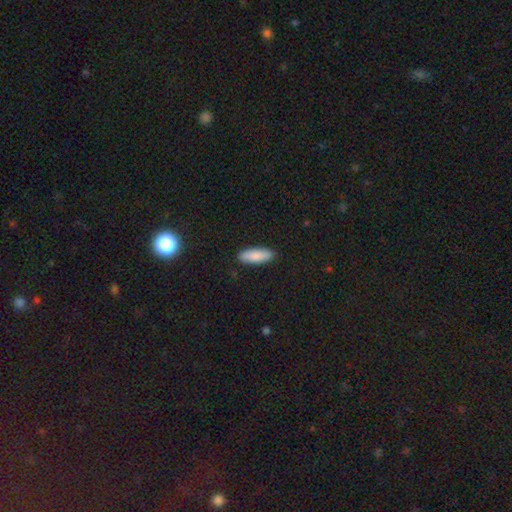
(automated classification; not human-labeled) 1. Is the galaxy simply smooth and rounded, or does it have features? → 87% smooth, 7% featured or disk, 6% star or artifact.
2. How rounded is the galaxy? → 62% in between, 37% cigar-shaped, 2% round.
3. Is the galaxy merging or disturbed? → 90% none, 7% minor disturbance, 2% major disturbance, 1% merger.